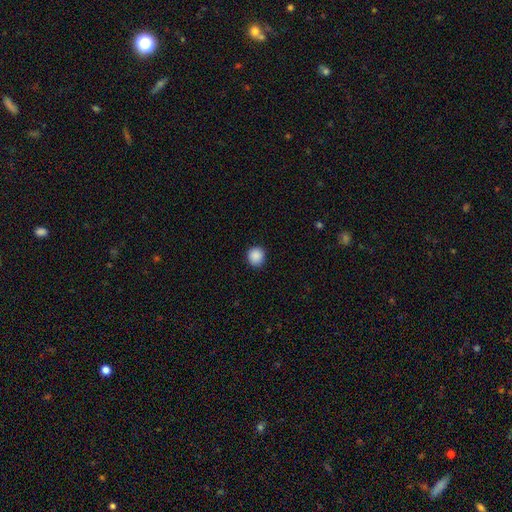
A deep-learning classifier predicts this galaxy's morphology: This appears to be a smooth galaxy with no disk features (89%) that is round (91%). Merging: none (91%).